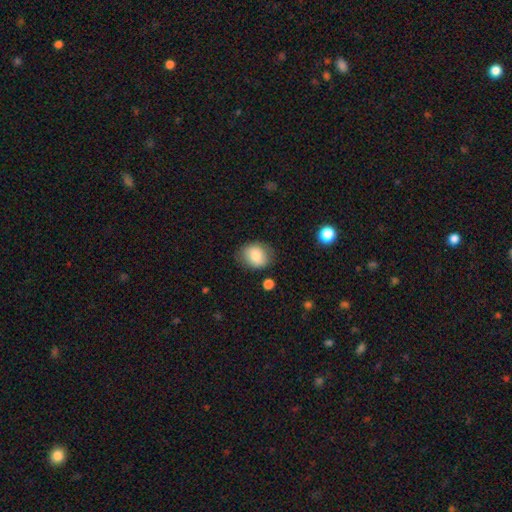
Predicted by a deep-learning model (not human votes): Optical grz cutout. It shows a smooth galaxy with no disk features (83%) that is round (53%). Merging: none (77%).